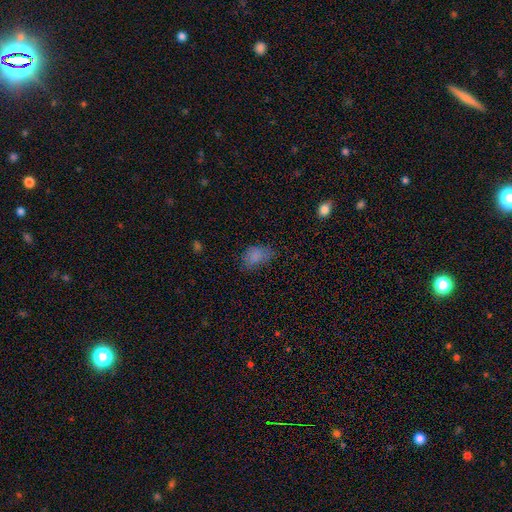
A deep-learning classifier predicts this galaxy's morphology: smooth 80%, star or artifact 12%, featured or disk 7%. Down the decision tree: how rounded — in between (85%); merging — none (57%).